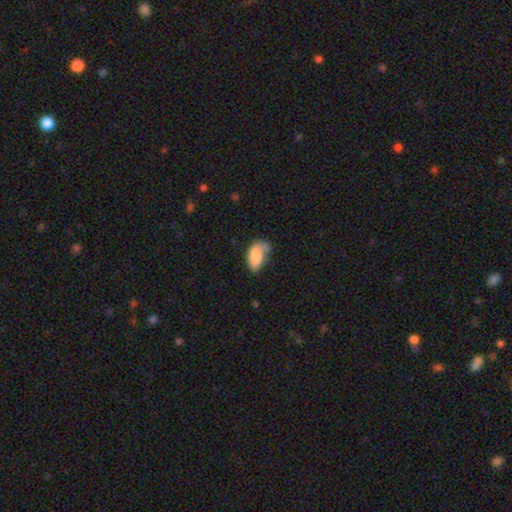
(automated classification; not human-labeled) A smooth galaxy with no disk features (80%) that is in between round and cigar-shaped (92%).

Vote fractions:
- Smooth or featured? smooth: 80% / featured or disk: 12% / star or artifact: 8%
- How rounded? in between: 92% / round: 4% / cigar-shaped: 4%
- Merging? none: 35% / minor disturbance: 31% / major disturbance: 18% / merger: 17%